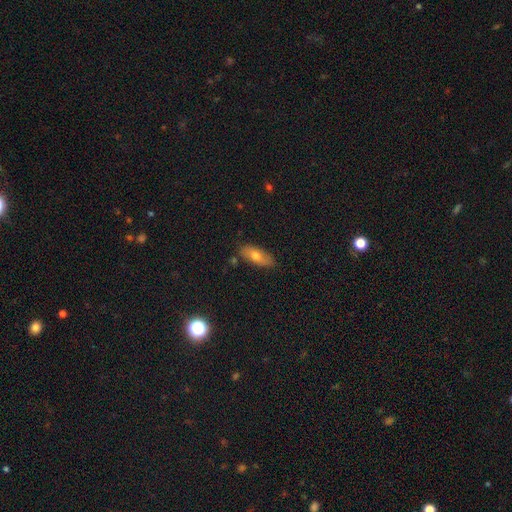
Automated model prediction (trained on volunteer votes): Q: Smooth or featured?
A: smooth (67%); runner-up: featured or disk (25%)
Q: How rounded?
A: in between (75%); runner-up: cigar-shaped (22%)
Q: Merging?
A: none (83%); runner-up: minor disturbance (13%)